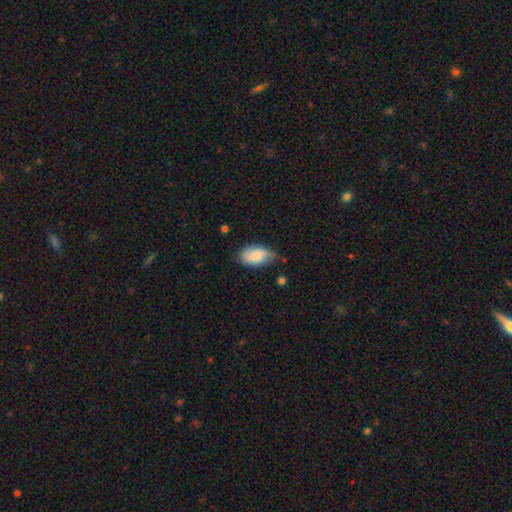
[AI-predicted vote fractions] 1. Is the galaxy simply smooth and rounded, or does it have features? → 80% smooth, 14% featured or disk, 7% star or artifact.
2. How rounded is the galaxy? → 93% in between, 5% round, 2% cigar-shaped.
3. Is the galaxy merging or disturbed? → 52% none, 38% minor disturbance, 7% major disturbance, 3% merger.